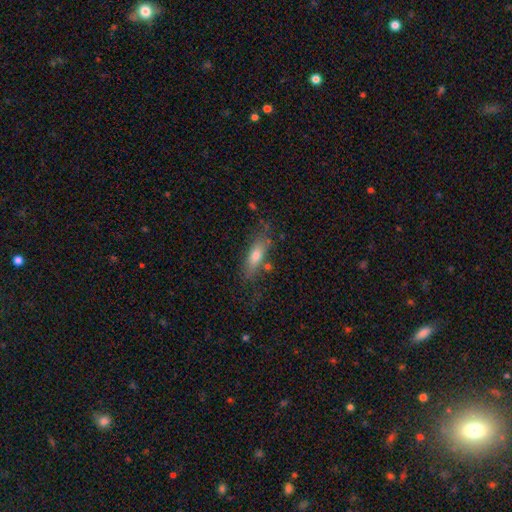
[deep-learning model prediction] Smooth or featured?
  - smooth: 66% *
  - featured or disk: 26%
  - star or artifact: 8%
How rounded?
  - in between: 54% *
  - cigar-shaped: 43%
  - round: 3%
Merging?
  - none: 66% *
  - minor disturbance: 20%
  - major disturbance: 7%
  - merger: 7%